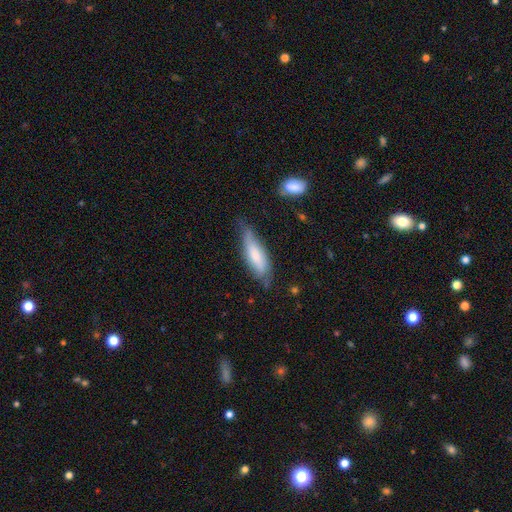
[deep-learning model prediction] smooth 65%, featured or disk 29%, star or artifact 6%. Down the decision tree: how rounded — cigar-shaped (50%); merging — none (55%).